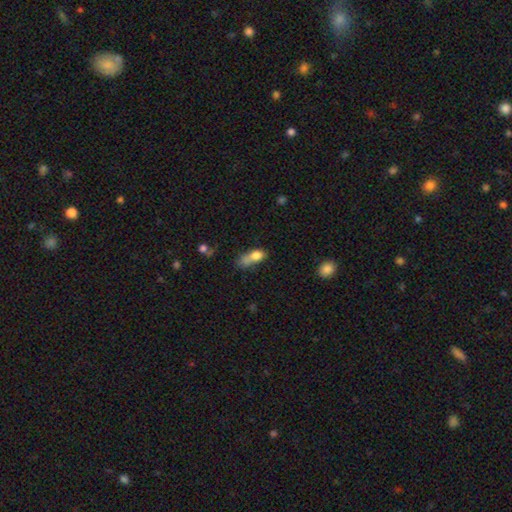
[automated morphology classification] Overall: smooth (73%). How rounded: in between (68%). Merging: merger (36%; none 23%).